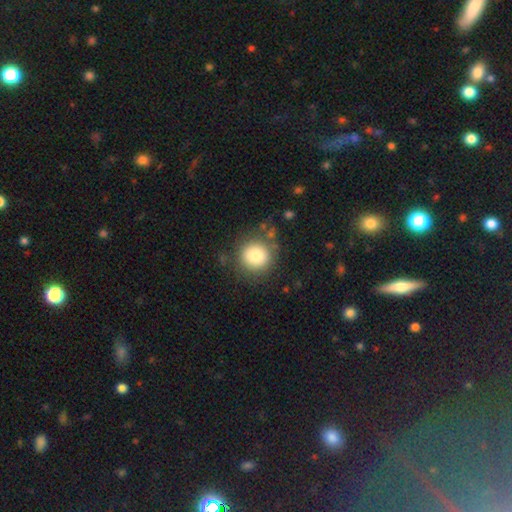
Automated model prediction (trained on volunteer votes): Smooth or featured: smooth — 80% (star or artifact — 10%)
How rounded: round — 93% (in between — 6%)
Merging: none — 83% (minor disturbance — 10%)